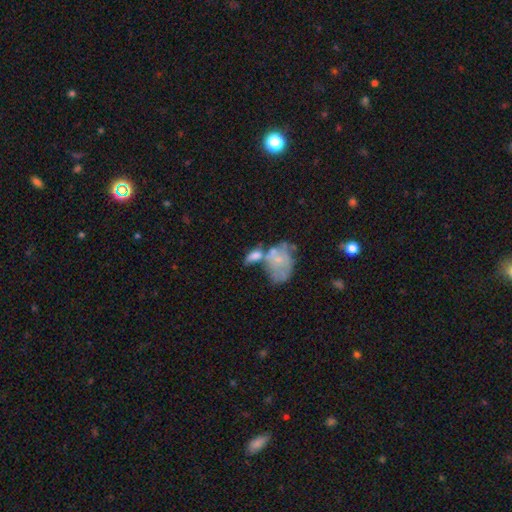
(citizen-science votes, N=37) Smooth or featured? 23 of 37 (62%) said smooth. How rounded? 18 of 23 (78%) said in between. Merging? 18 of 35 (51%) said merger.